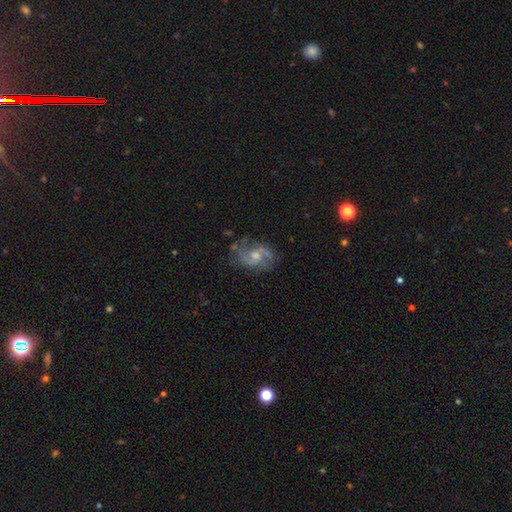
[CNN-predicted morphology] A featured or disk galaxy (76%) with no bar (55%), 2 (78%) medium (49%) spiral arms (90%) and a moderate central bulge (51%).

Vote fractions:
- Smooth or featured? featured or disk: 76% / smooth: 14% / star or artifact: 10%
- Edge-on disk? no: 97% / yes: 3%
- Bar? no: 55% / weak: 38% / strong: 7%
- Spiral arms? yes: 90% / no: 10%
- Spiral winding? medium: 49% / loose: 33% / tight: 18%
- Spiral arm count? 2: 78% / can't tell: 11% / 3: 5% / 1: 3% / 4: 2% / more than 4: 2%
- Bulge size? moderate: 51% / small: 41% / none: 4% / large: 3% / dominant: 1%
- Merging? none: 71% / minor disturbance: 18% / major disturbance: 9% / merger: 2%